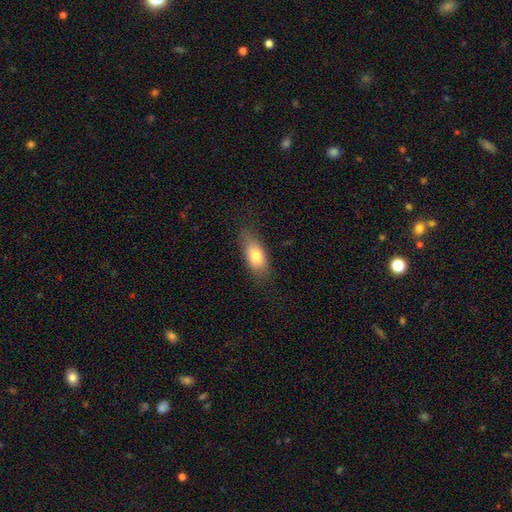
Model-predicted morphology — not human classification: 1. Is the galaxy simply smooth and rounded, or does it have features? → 76% smooth, 16% featured or disk, 7% star or artifact.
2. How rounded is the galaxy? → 81% in between, 14% cigar-shaped, 5% round.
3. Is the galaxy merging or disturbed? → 77% none, 17% minor disturbance, 5% major disturbance, 1% merger.